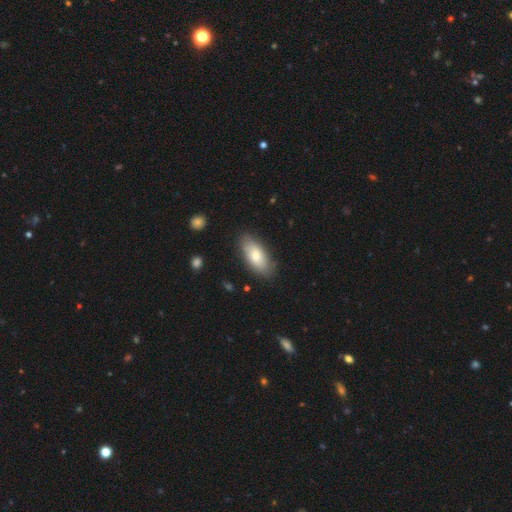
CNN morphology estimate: smooth-or-featured: smooth: 77% | featured or disk: 17% | star or artifact: 6%
  how-rounded: in between: 87% | cigar-shaped: 10% | round: 2%
  merging: none: 83% | minor disturbance: 12% | major disturbance: 3% | merger: 1%